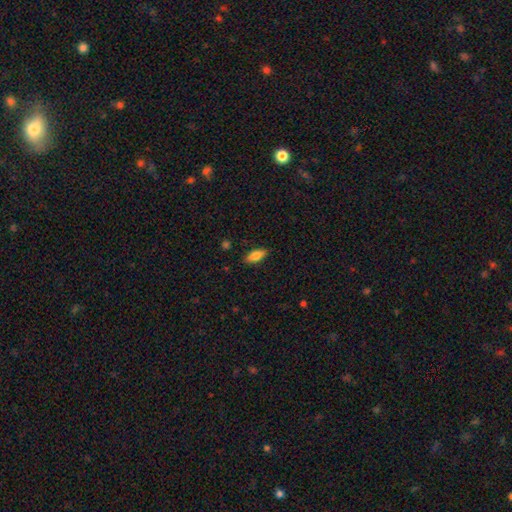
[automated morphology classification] The model was most divided on "how rounded": in between: 77%, cigar-shaped: 20%, round: 2%. More confident: merging — none (86%); smooth or featured — smooth (80%).